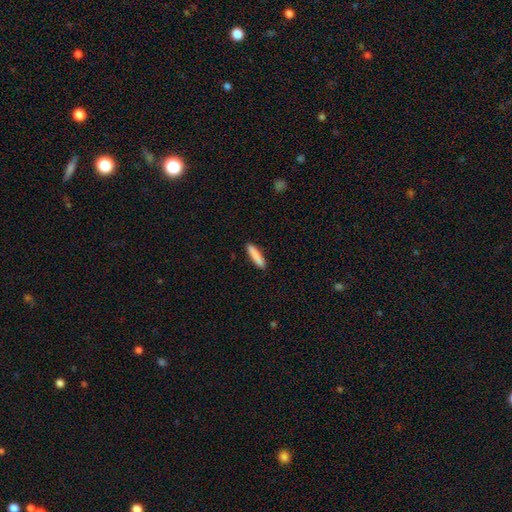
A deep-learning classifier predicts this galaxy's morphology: This appears to be a smooth galaxy with no disk features (87%) that is cigar-shaped (84%). Merging: none (90%).